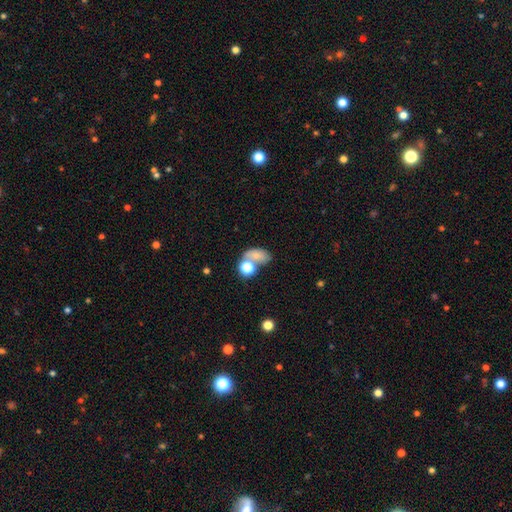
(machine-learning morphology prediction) A smooth galaxy with no disk features (72%) that is in between round and cigar-shaped (74%).

Vote fractions:
- Smooth or featured? smooth: 72% / featured or disk: 15% / star or artifact: 13%
- How rounded? in between: 74% / round: 23% / cigar-shaped: 2%
- Merging? merger: 40% / none: 35% / minor disturbance: 14% / major disturbance: 11%